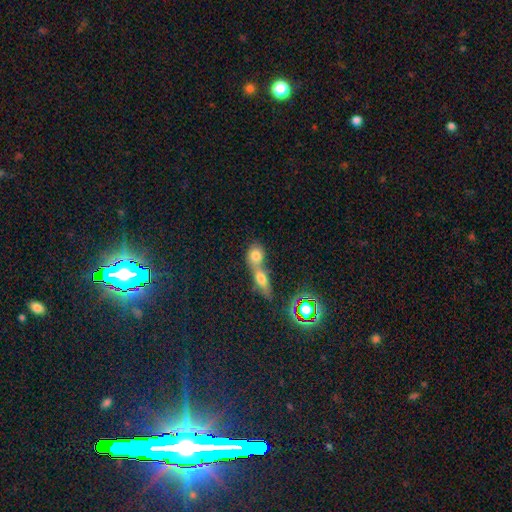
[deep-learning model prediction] Smooth or featured: smooth — 74% (featured or disk — 13%)
How rounded: round — 58% (in between — 37%)
Merging: merger — 62% (none — 29%)